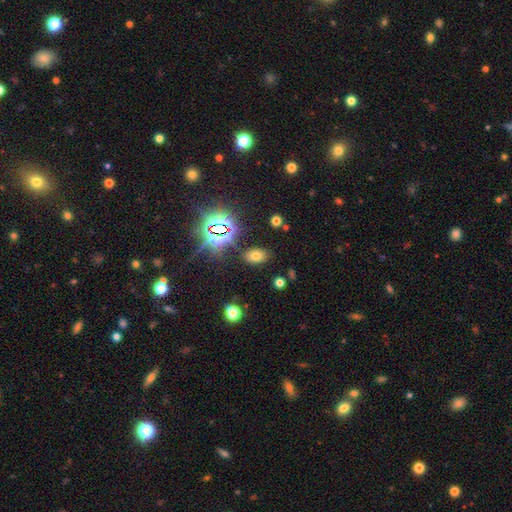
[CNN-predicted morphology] This appears to be a smooth galaxy with no disk features (61%) that is in between round and cigar-shaped (85%). Merging: none (85%).